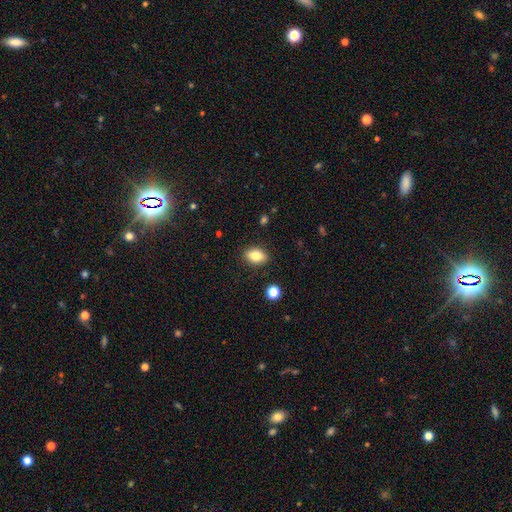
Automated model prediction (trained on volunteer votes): A smooth galaxy with no disk features (82%) that is in between round and cigar-shaped (85%).

Vote fractions:
- Smooth or featured? smooth: 82% / featured or disk: 10% / star or artifact: 8%
- How rounded? in between: 85% / round: 12% / cigar-shaped: 3%
- Merging? none: 87% / minor disturbance: 9% / major disturbance: 2% / merger: 2%